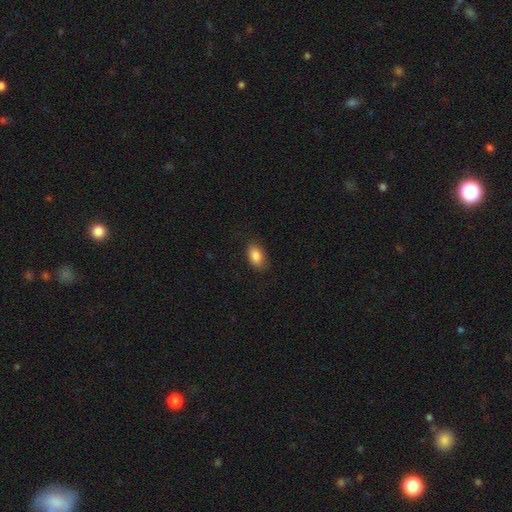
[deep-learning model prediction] Overall: smooth (86%). How rounded: in between (90%). Merging: none (82%).